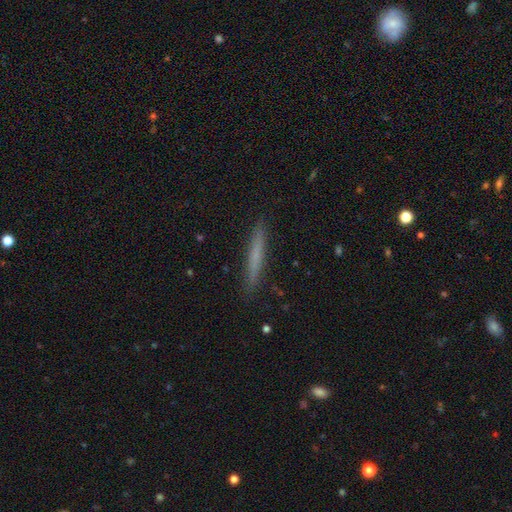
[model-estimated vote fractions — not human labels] A smooth galaxy with no disk features (60%) that is cigar-shaped (96%). Merging: none (91%).